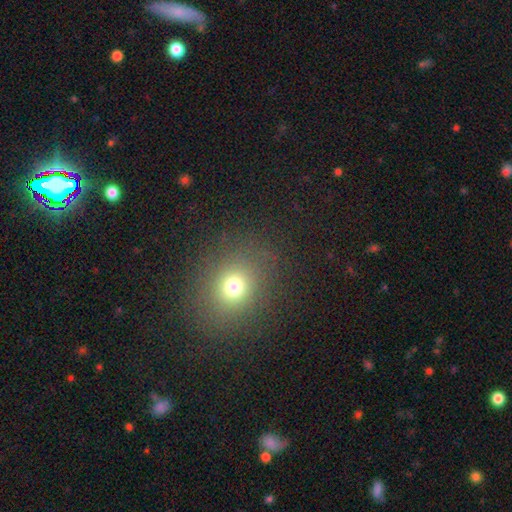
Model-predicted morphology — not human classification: Smooth or featured? smooth (63%)
How rounded? round (70%)
Merging? none (91%)